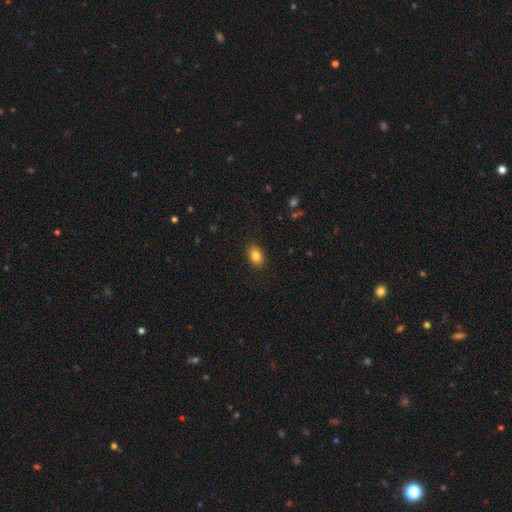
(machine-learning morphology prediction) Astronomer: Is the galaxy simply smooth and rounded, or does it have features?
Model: smooth — 83%.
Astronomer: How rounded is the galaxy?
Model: in between — 79%.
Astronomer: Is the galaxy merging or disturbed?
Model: none — 89%.